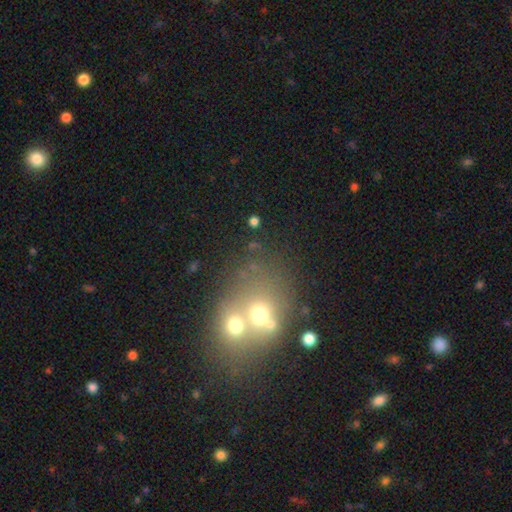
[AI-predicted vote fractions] smooth_or_featured: smooth (p=0.46) [alt: featured or disk p=0.30]
merging: merger (p=0.63) [alt: none p=0.26]